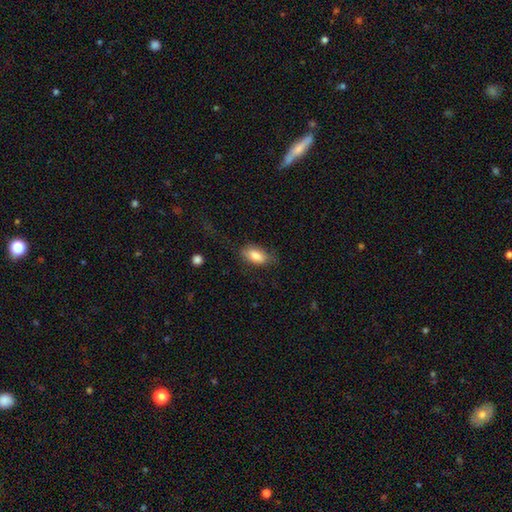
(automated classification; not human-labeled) Smooth or featured: smooth — 82% (featured or disk — 11%)
How rounded: in between — 91% (cigar-shaped — 5%)
Merging: none — 70% (minor disturbance — 20%)